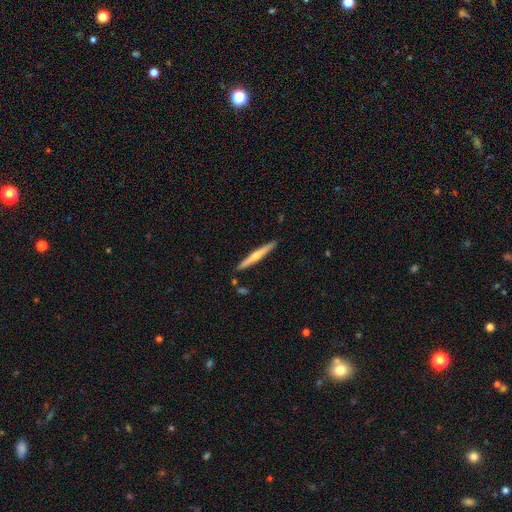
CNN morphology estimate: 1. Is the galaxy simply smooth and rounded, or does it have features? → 61% featured or disk, 34% smooth, 6% star or artifact.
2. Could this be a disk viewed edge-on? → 98% yes, 2% no.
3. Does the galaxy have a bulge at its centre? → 79% rounded, 18% none, 4% boxy.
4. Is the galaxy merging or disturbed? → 90% none, 7% minor disturbance, 2% merger, 1% major disturbance.